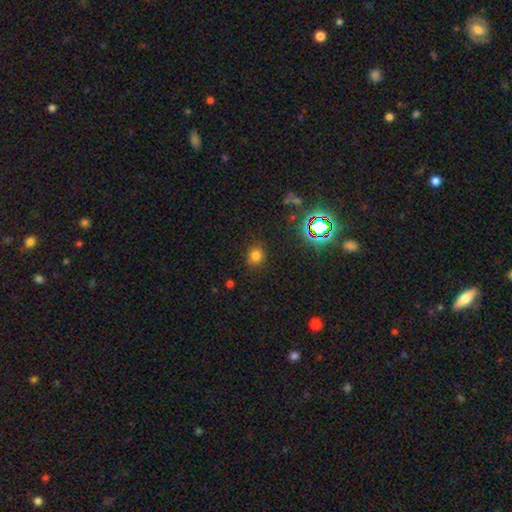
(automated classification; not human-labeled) smooth 74%, star or artifact 19%, featured or disk 6%. Down the decision tree: how rounded — round (75%); merging — none (86%).